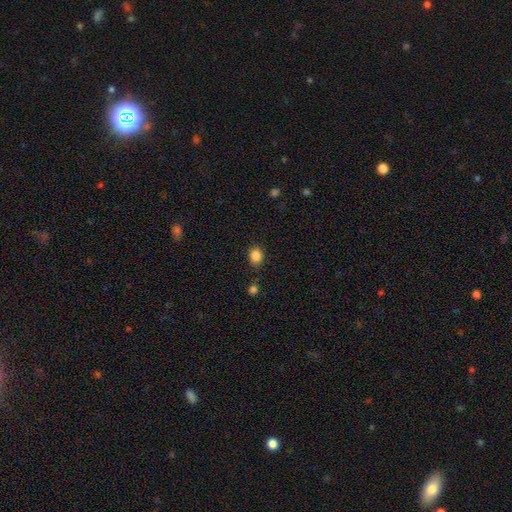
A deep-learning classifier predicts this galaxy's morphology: A smooth galaxy with no disk features (86%) that is round (52%).

Vote fractions:
- Smooth or featured? smooth: 86% / star or artifact: 11% / featured or disk: 4%
- How rounded? round: 52% / in between: 47% / cigar-shaped: 1%
- Merging? none: 79% / minor disturbance: 14% / merger: 4% / major disturbance: 3%